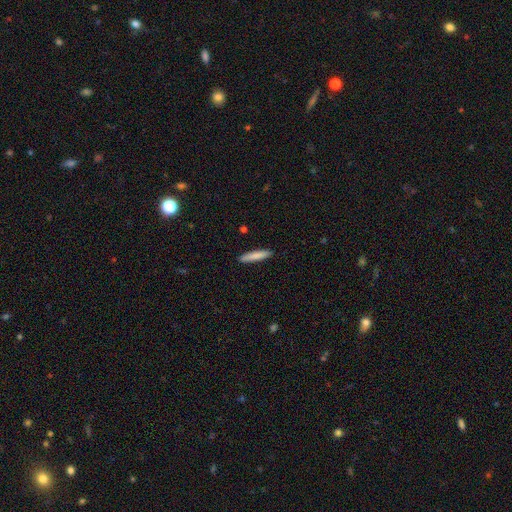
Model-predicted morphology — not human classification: type=smooth (83%); roundness=cigar-shaped (89%); merging=none (90%).